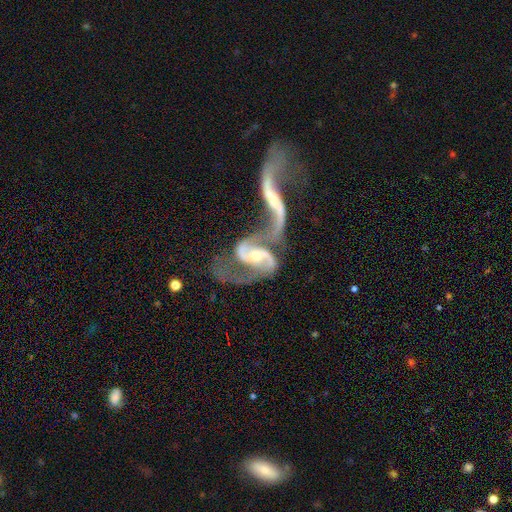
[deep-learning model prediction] Smooth or featured?
  - featured or disk: 89% *
  - smooth: 6%
  - star or artifact: 5%
Edge-on disk?
  - no: 96% *
  - yes: 4%
Bar?
  - no: 41% *
  - weak: 36%
  - strong: 23%
Spiral arms?
  - yes: 93% *
  - no: 7%
Spiral winding?
  - loose: 68% *
  - medium: 25%
  - tight: 7%
Spiral arm count?
  - 2: 89% *
  - can't tell: 4%
  - 1: 4%
  - 3: 1%
  - 4: 1%
  - more than 4: 1%
Bulge size?
  - moderate: 48% *
  - small: 45%
  - none: 3%
  - large: 3%
  - dominant: 1%
Merging?
  - merger: 73% *
  - none: 11%
  - major disturbance: 10%
  - minor disturbance: 6%